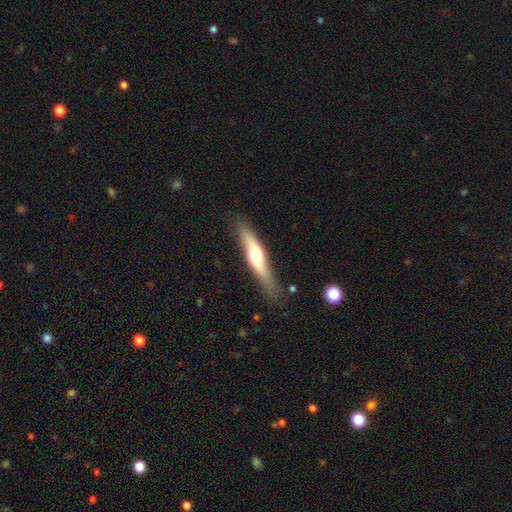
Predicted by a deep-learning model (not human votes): A featured or disk galaxy (49%).

Vote fractions:
- Smooth or featured? featured or disk: 49% / smooth: 45% / star or artifact: 5%
- Merging? none: 76% / minor disturbance: 18% / major disturbance: 4% / merger: 2%